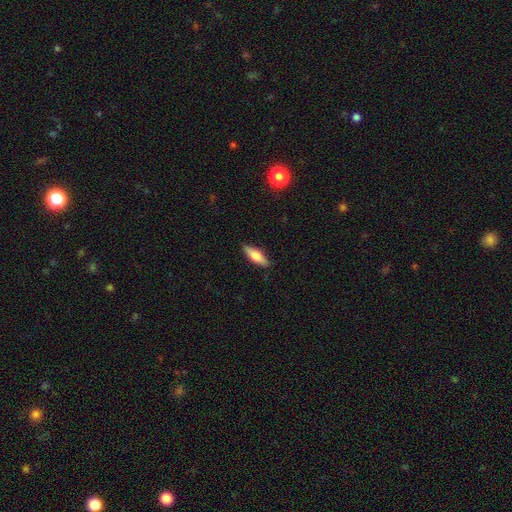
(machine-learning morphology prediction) The model was most divided on "how rounded": in between: 53%, cigar-shaped: 45%, round: 2%. More confident: merging — none (87%); smooth or featured — smooth (65%).